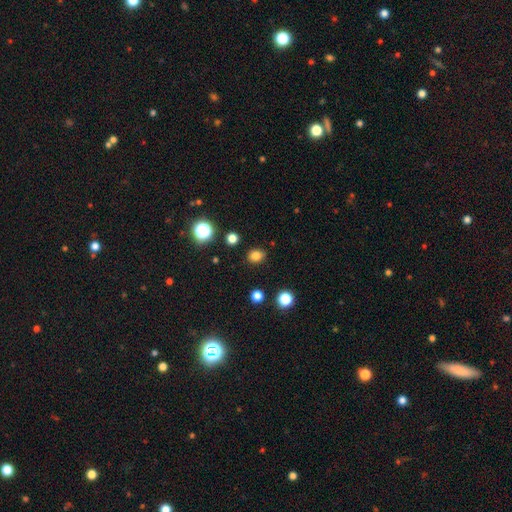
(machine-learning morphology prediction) Smooth or featured: smooth — 81% (star or artifact — 14%)
How rounded: round — 59% (in between — 40%)
Merging: none — 86% (minor disturbance — 9%)